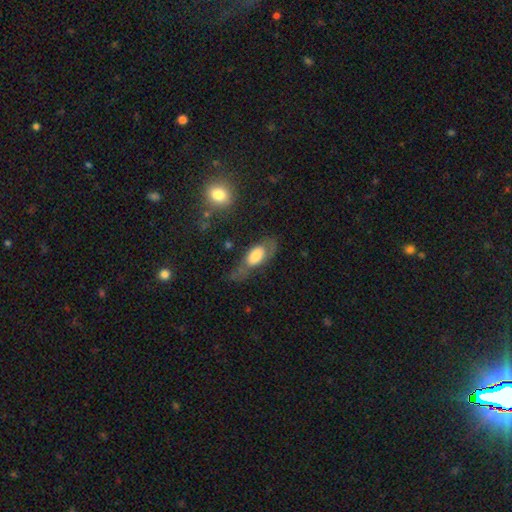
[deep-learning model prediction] The model was most divided on "merging": none: 47%, minor disturbance: 25%, major disturbance: 24%, merger: 4%. More confident: how rounded — in between (85%); smooth or featured — smooth (62%).